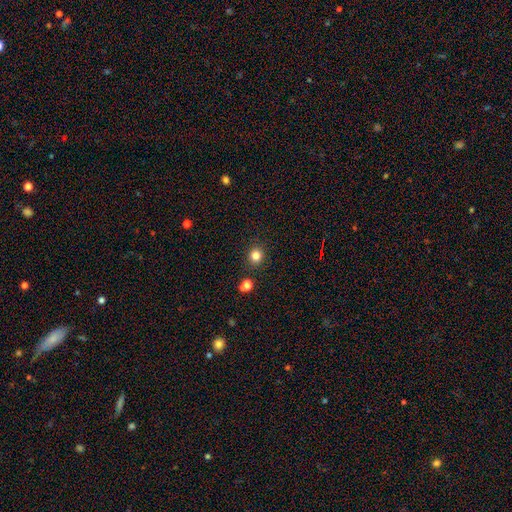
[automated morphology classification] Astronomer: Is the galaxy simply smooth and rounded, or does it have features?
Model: smooth — 82%.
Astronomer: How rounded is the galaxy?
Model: round — 82%.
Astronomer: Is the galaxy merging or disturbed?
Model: none — 88%.